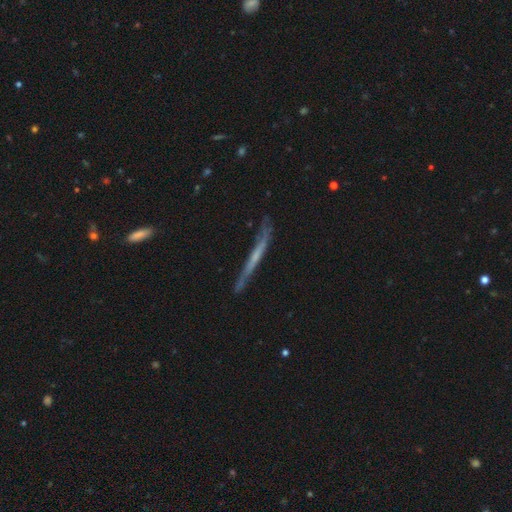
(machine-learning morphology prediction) featured or disk 59%, smooth 34%, star or artifact 7%. Down the decision tree: edge-on disk — yes (90%); edge-on bulge — none (78%); merging — none (68%).